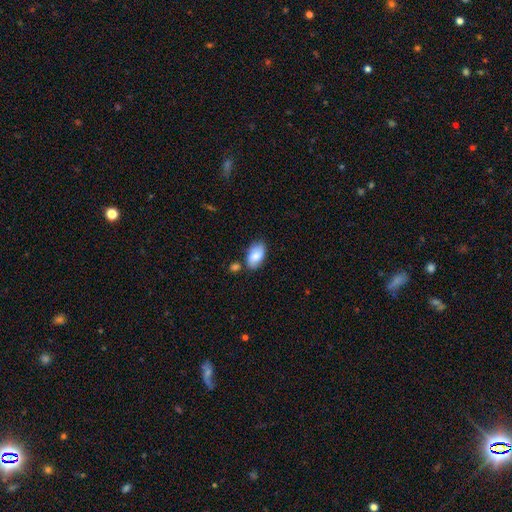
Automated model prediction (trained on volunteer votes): This is likely a smooth galaxy (79%). How rounded: clearly in between (94%). Merging: likely none (66%).